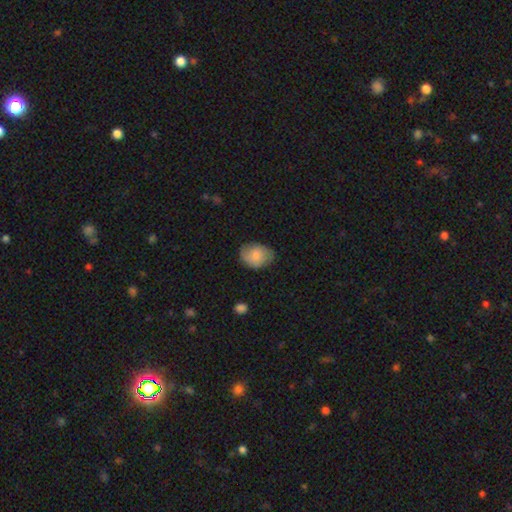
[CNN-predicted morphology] type=smooth (79%); roundness=in between (65%); merging=none (69%).